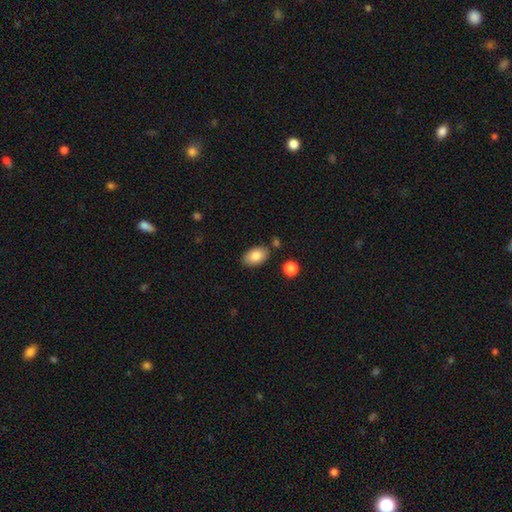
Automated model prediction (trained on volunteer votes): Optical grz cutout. It shows a smooth galaxy with no disk features (83%) that is in between round and cigar-shaped (91%). Merging: none (80%).